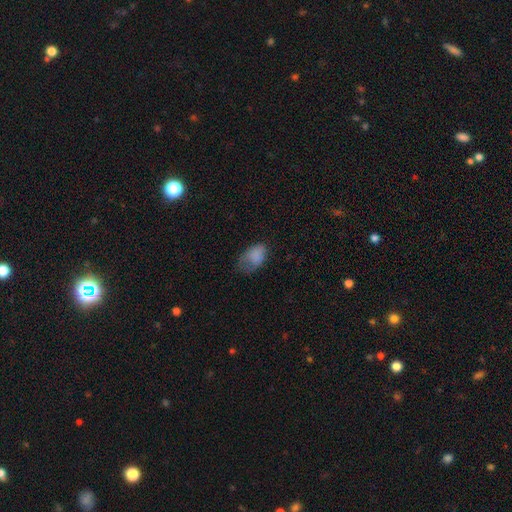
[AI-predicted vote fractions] Smooth or featured? Predicted: smooth (p=0.79). How rounded? Predicted: in between (p=0.88). Merging? Predicted: none (p=0.38).